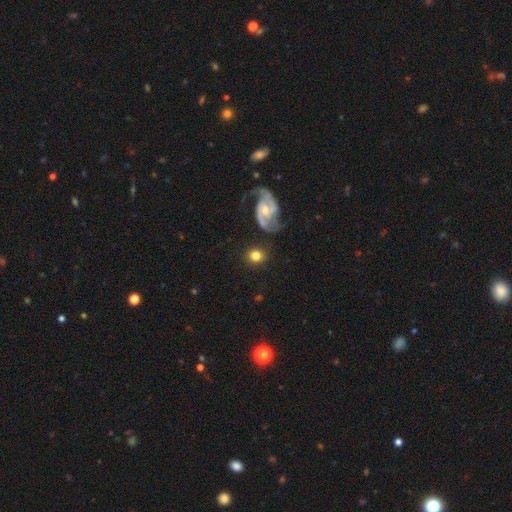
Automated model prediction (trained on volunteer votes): This appears to be a smooth galaxy with no disk features (69%) that is round (85%). Merging: none (81%).